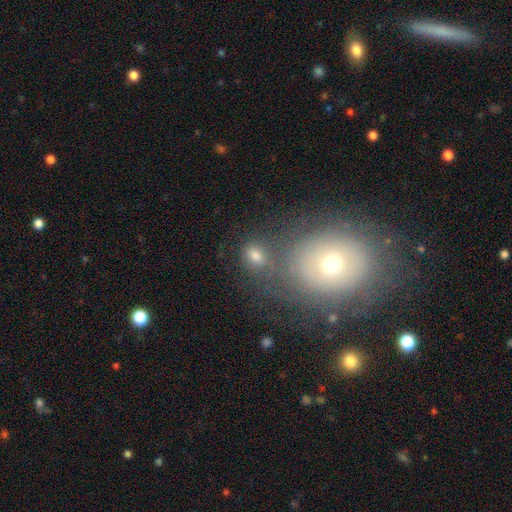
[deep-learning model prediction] Q: Smooth or featured?
A: smooth (67%); runner-up: star or artifact (16%)
Q: How rounded?
A: in between (57%); runner-up: round (41%)
Q: Merging?
A: none (56%); runner-up: merger (21%)